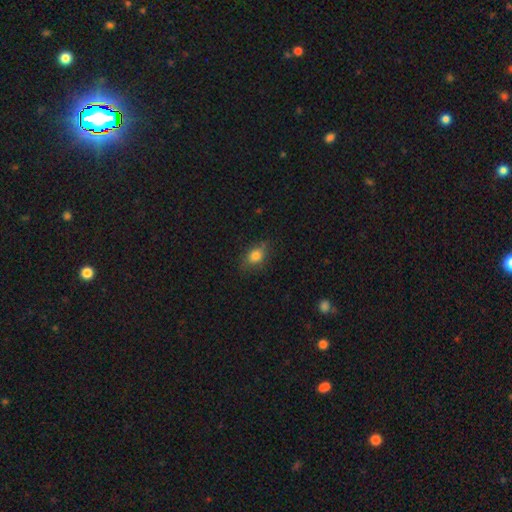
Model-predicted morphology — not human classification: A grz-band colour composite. It shows a smooth galaxy with no disk features (78%) that is in between round and cigar-shaped (66%). Merging: none (71%).